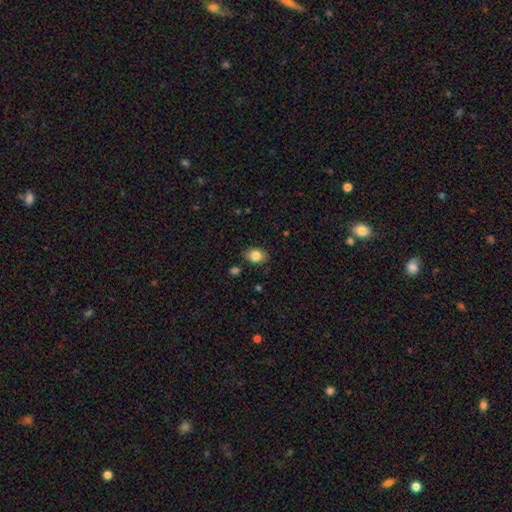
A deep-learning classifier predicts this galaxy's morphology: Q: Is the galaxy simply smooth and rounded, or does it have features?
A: smooth — 83%.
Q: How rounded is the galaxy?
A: in between — 72%.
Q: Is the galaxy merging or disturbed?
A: none — 82%.